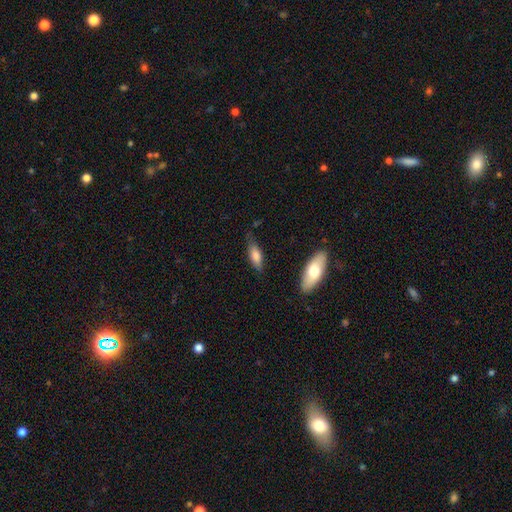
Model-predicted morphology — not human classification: smooth-or-featured: smooth: 76% | featured or disk: 17% | star or artifact: 7%
  how-rounded: in between: 68% | cigar-shaped: 29% | round: 3%
  merging: none: 67% | minor disturbance: 24% | major disturbance: 5% | merger: 3%